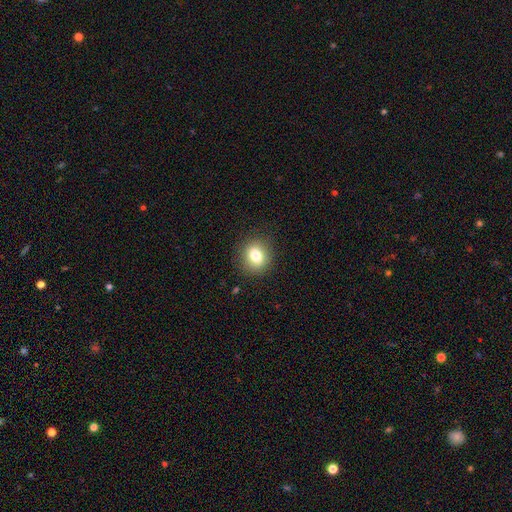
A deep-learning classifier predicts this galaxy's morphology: A smooth galaxy with no disk features (80%) that is round (78%).

Vote fractions:
- Smooth or featured? smooth: 80% / star or artifact: 11% / featured or disk: 9%
- How rounded? round: 78% / in between: 21% / cigar-shaped: 1%
- Merging? none: 89% / minor disturbance: 8% / major disturbance: 3% / merger: 1%